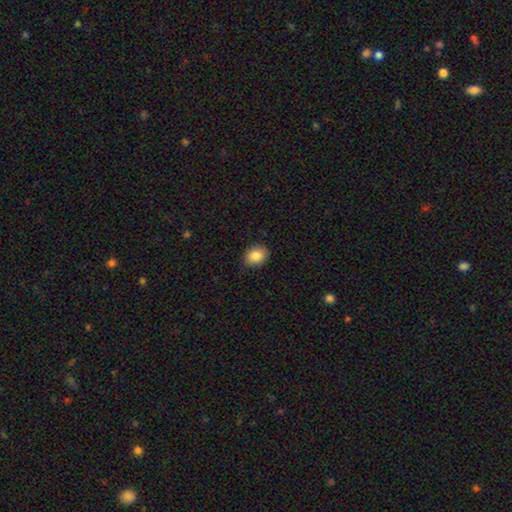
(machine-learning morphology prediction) A smooth galaxy with no disk features (85%) that is round (52%).

Vote fractions:
- Smooth or featured? smooth: 85% / star or artifact: 9% / featured or disk: 6%
- How rounded? round: 52% / in between: 47% / cigar-shaped: 1%
- Merging? none: 85% / minor disturbance: 11% / major disturbance: 2% / merger: 1%